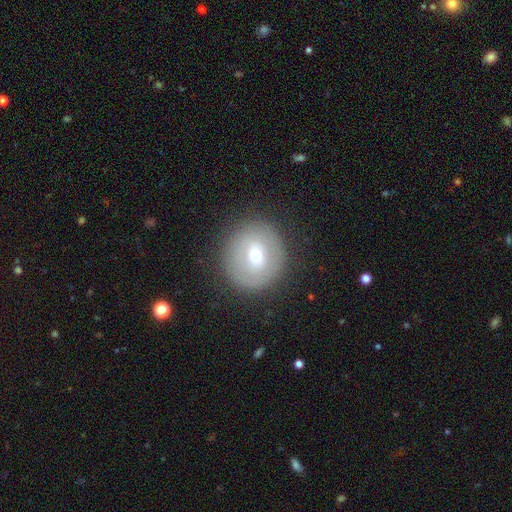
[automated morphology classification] type=smooth (56%); roundness=round (90%); merging=none (86%).